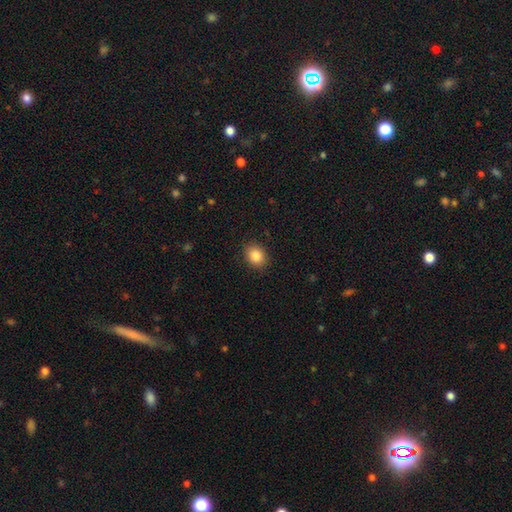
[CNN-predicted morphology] smooth_or_featured: smooth (p=0.86) [alt: star or artifact p=0.09]
how_rounded: round (p=0.50) [alt: in between p=0.49]
merging: none (p=0.89) [alt: minor disturbance p=0.08]